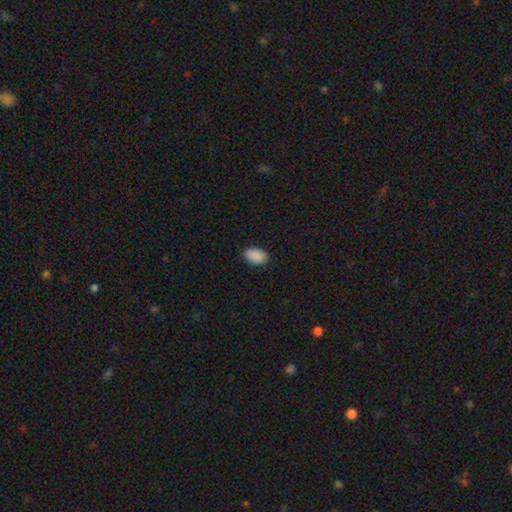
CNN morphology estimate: Smooth or featured? Predicted: smooth (p=0.91). How rounded? Predicted: in between (p=0.93). Merging? Predicted: none (p=0.88).